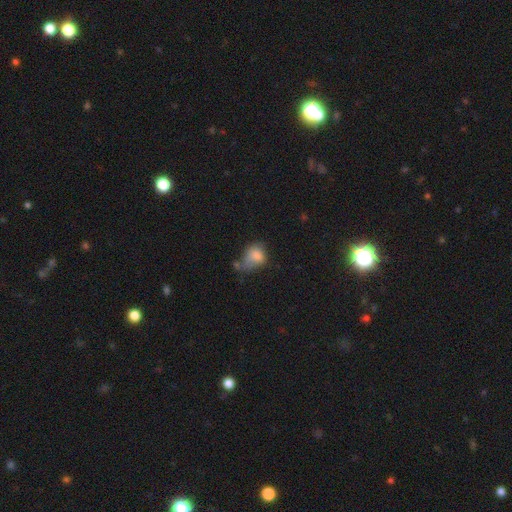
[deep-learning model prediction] The model was most divided on "merging": minor disturbance: 30%, none: 27%, major disturbance: 25%, merger: 18%. More confident: smooth or featured — smooth (78%); how rounded — in between (65%).